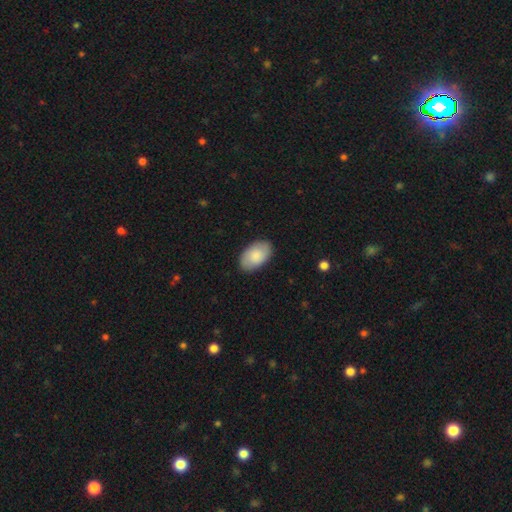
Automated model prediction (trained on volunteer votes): Overall: smooth (84%). How rounded: in between (94%). Merging: none (87%).